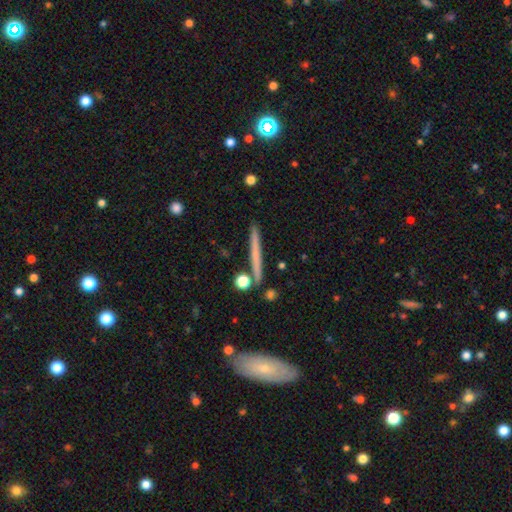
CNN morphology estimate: smooth-or-featured: smooth: 50% | featured or disk: 43% | star or artifact: 7%
  how-rounded: cigar-shaped: 94% | in between: 3% | round: 3%
  merging: none: 86% | minor disturbance: 8% | merger: 4% | major disturbance: 2%